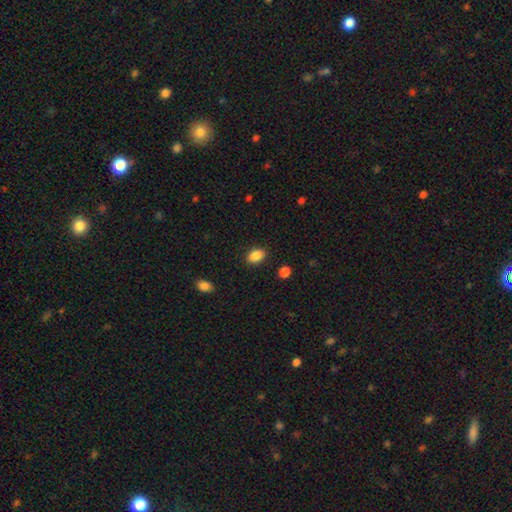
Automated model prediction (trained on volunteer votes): smooth-or-featured: smooth: 88% | star or artifact: 8% | featured or disk: 4%
  how-rounded: in between: 81% | round: 17% | cigar-shaped: 1%
  merging: none: 87% | minor disturbance: 9% | major disturbance: 3% | merger: 1%